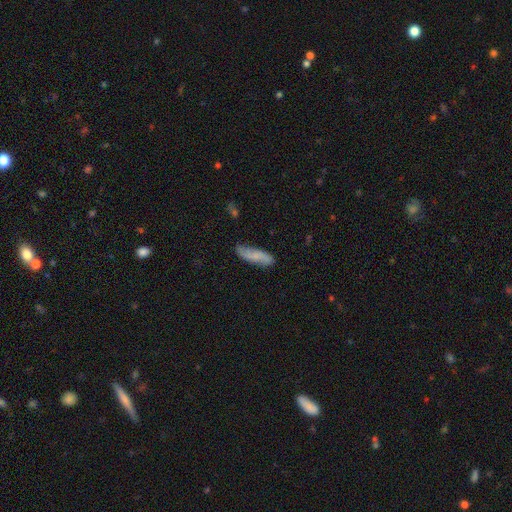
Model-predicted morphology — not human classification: A smooth galaxy with no disk features (51%) that is cigar-shaped (52%).

Vote fractions:
- Smooth or featured? smooth: 51% / featured or disk: 42% / star or artifact: 7%
- How rounded? cigar-shaped: 52% / in between: 46% / round: 2%
- Merging? none: 76% / minor disturbance: 19% / major disturbance: 4% / merger: 2%